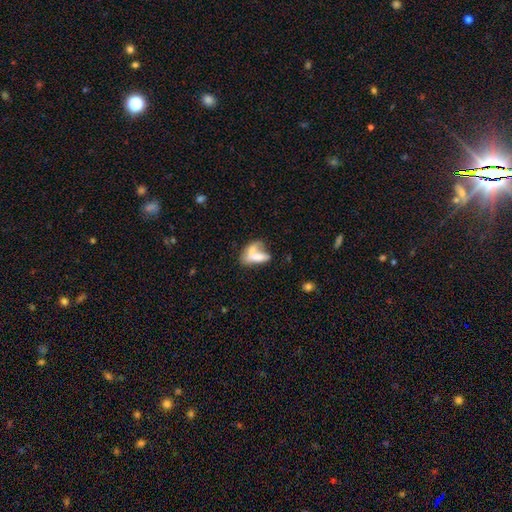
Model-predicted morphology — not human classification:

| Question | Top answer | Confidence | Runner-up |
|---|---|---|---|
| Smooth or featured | smooth | 60% | featured or disk (30%) |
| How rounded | in between | 74% | cigar-shaped (17%) |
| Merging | merger | 39% | major disturbance (26%) |